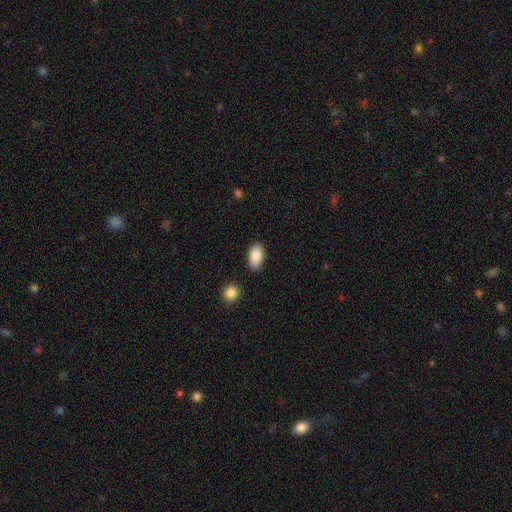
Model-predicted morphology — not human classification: A smooth galaxy with no disk features (89%) that is in between round and cigar-shaped (94%). Merging: none (84%).